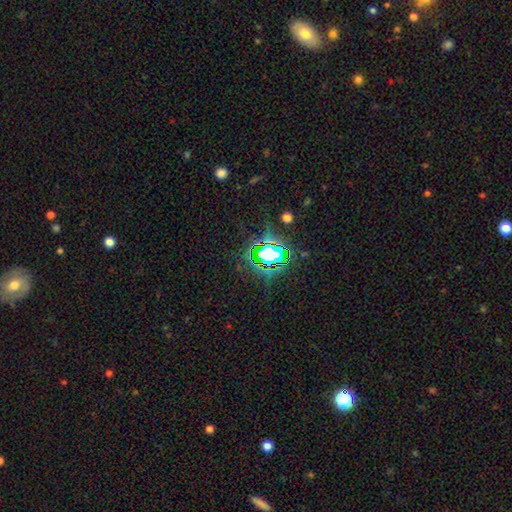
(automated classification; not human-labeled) Morphology: type=star or artifact (79%).